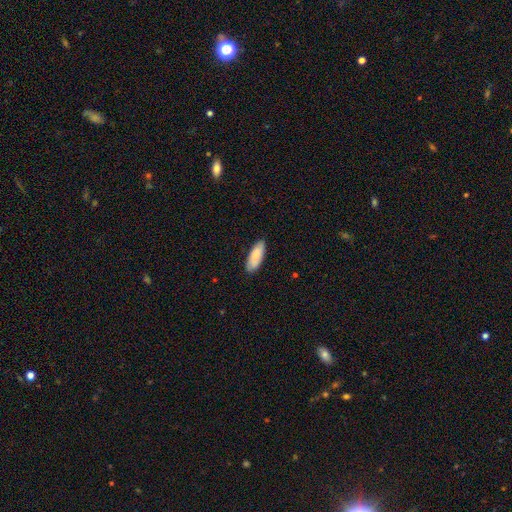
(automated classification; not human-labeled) smooth_or_featured: smooth (p=0.85) [alt: featured or disk p=0.10]
how_rounded: in between (p=0.72) [alt: cigar-shaped p=0.26]
merging: none (p=0.85) [alt: minor disturbance p=0.12]